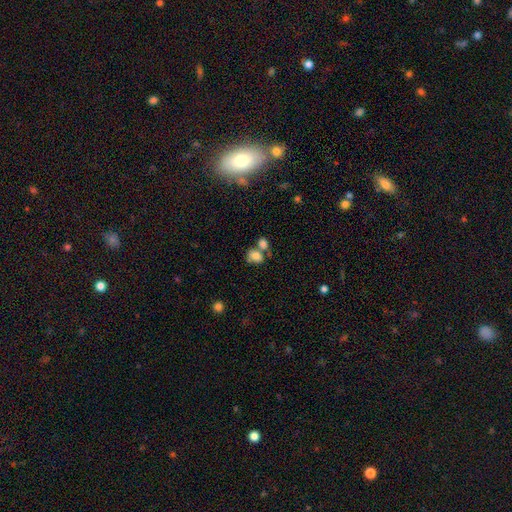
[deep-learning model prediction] A smooth galaxy with no disk features (77%) that is in between round and cigar-shaped (64%). Merging: merger (43%).